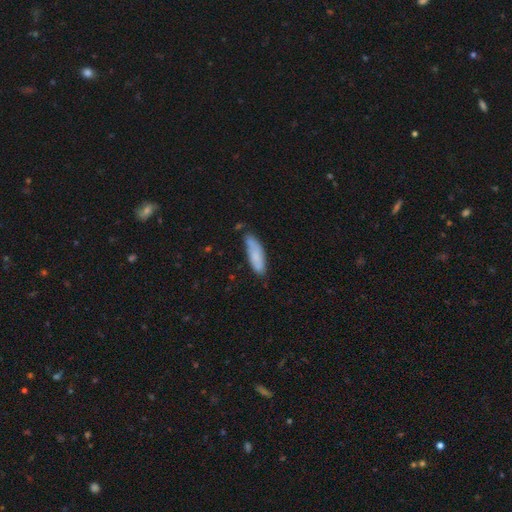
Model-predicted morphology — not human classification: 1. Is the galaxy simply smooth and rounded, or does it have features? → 74% smooth, 19% featured or disk, 7% star or artifact.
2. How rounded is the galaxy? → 51% cigar-shaped, 48% in between, 2% round.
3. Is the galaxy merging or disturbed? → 62% none, 28% minor disturbance, 6% major disturbance, 4% merger.